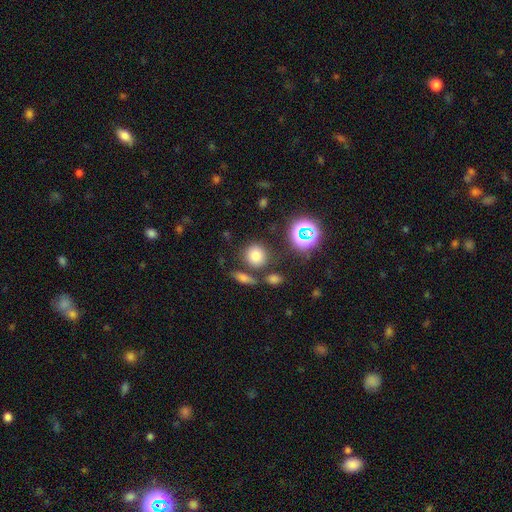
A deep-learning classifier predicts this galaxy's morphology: type=smooth (74%); roundness=round (85%); merging=none (74%).